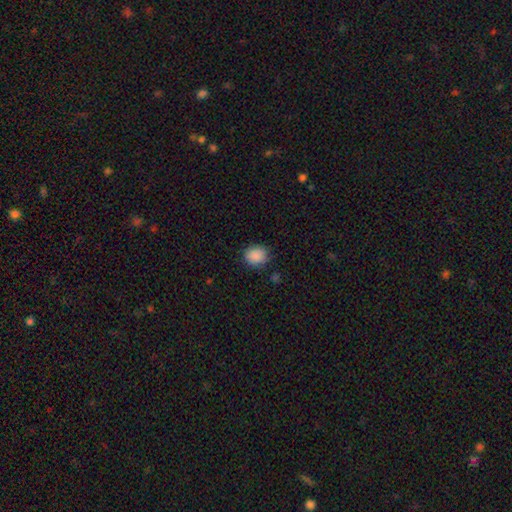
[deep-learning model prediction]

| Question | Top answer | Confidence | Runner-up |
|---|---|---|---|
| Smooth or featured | smooth | 89% | star or artifact (8%) |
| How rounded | round | 64% | in between (35%) |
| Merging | none | 83% | minor disturbance (13%) |